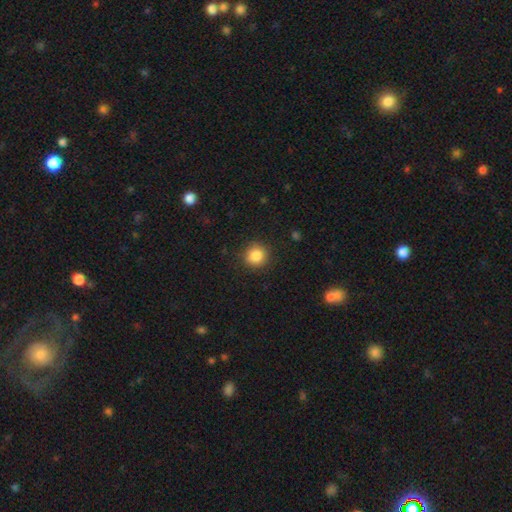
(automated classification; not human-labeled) Morphology: type=smooth (86%); roundness=round (91%); merging=none (89%).